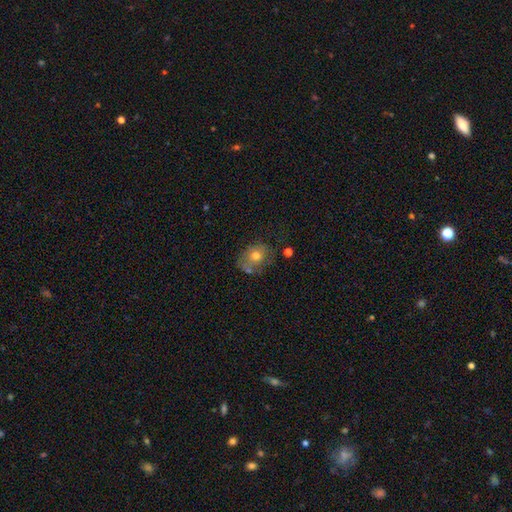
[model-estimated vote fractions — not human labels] The model was most divided on "how rounded": round: 52%, in between: 47%, cigar-shaped: 1%. More confident: smooth or featured — smooth (67%); merging — none (54%).